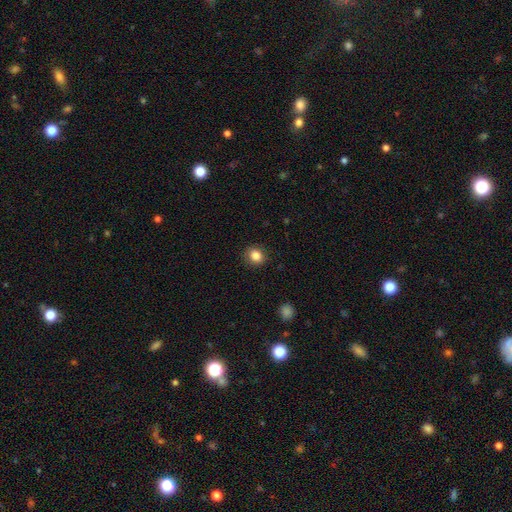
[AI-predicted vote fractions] smooth_or_featured: smooth (p=0.85) [alt: star or artifact p=0.10]
how_rounded: round (p=0.76) [alt: in between p=0.23]
merging: none (p=0.87) [alt: minor disturbance p=0.10]